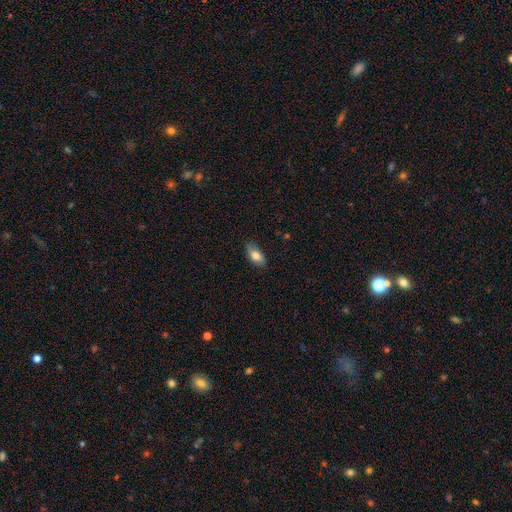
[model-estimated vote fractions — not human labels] The model was most divided on "smooth or featured": smooth: 74%, featured or disk: 19%, star or artifact: 7%. More confident: how rounded — in between (88%); merging — none (76%).